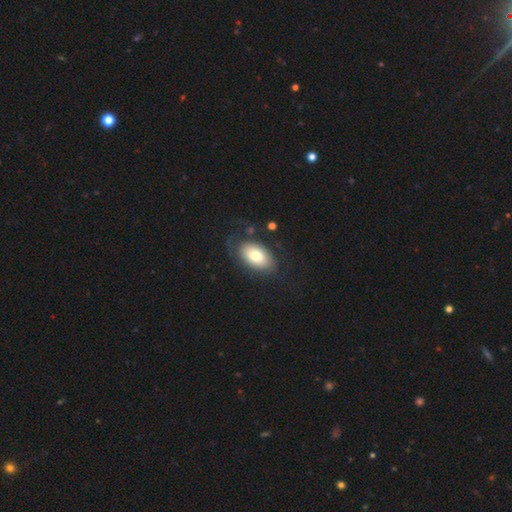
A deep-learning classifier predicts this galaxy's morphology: The model was most divided on "merging": none: 70%, minor disturbance: 17%, major disturbance: 10%, merger: 3%. More confident: how rounded — in between (92%); smooth or featured — smooth (74%).